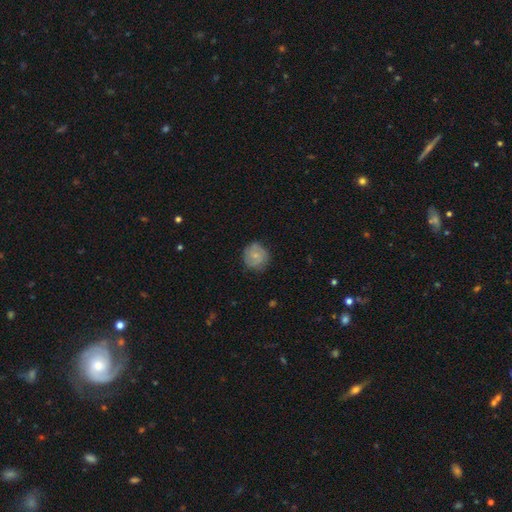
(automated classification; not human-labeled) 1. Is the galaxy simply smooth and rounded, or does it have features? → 63% smooth, 30% featured or disk, 7% star or artifact.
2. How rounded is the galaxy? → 90% round, 9% in between, 1% cigar-shaped.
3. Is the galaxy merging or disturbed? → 76% none, 19% minor disturbance, 4% major disturbance, 1% merger.